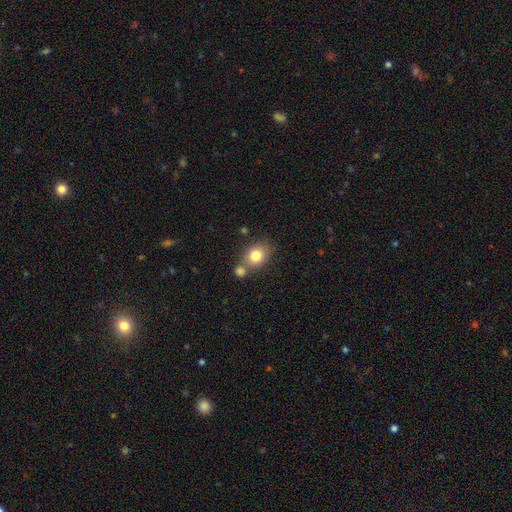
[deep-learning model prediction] The model was most divided on "how rounded": round: 56%, in between: 43%, cigar-shaped: 1%. More confident: smooth or featured — smooth (80%); merging — none (55%).